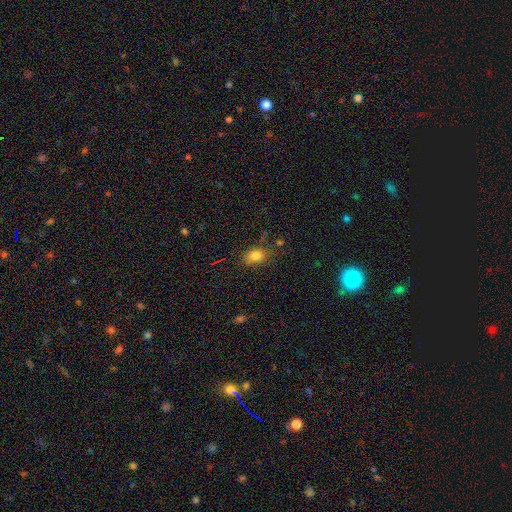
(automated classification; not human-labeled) A smooth galaxy with no disk features (80%) that is in between round and cigar-shaped (68%). Merging: none (74%).